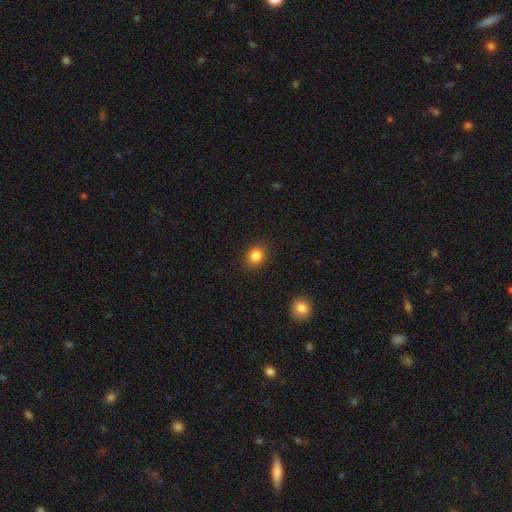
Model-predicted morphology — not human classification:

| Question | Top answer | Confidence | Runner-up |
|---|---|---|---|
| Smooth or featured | smooth | 85% | star or artifact (10%) |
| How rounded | round | 64% | in between (35%) |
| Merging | none | 88% | minor disturbance (8%) |